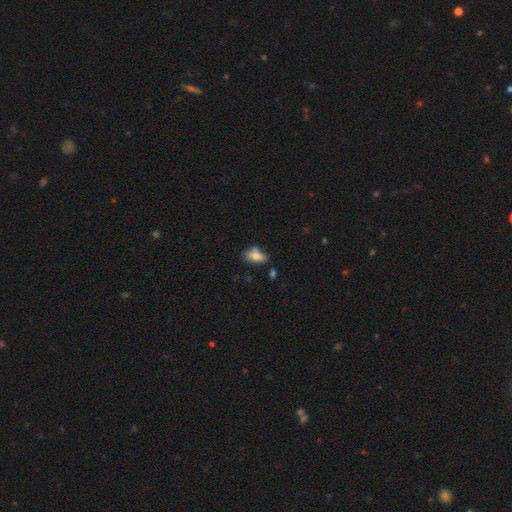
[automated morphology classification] smooth 69%, featured or disk 22%, star or artifact 9%. Down the decision tree: how rounded — in between (84%); merging — none (52%).